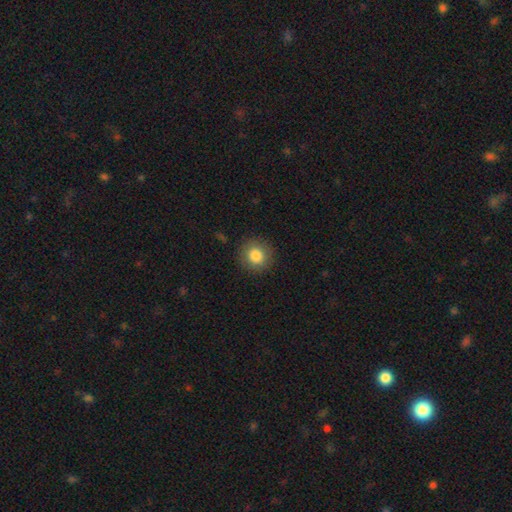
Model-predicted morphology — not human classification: Smooth or featured? smooth (84%)
How rounded? round (91%)
Merging? none (89%)